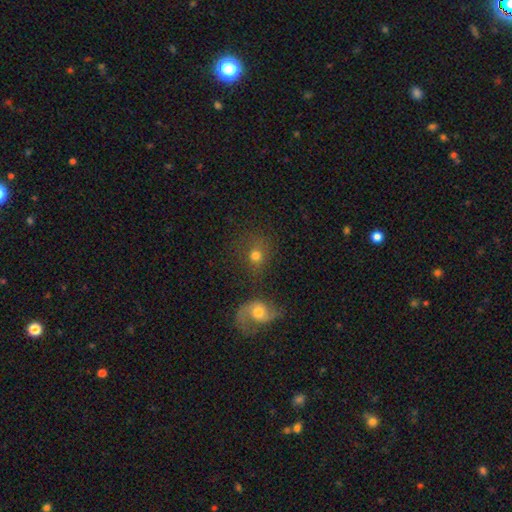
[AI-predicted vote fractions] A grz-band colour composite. It shows a smooth galaxy with no disk features (67%) that is round (75%). Merging: none (50%).